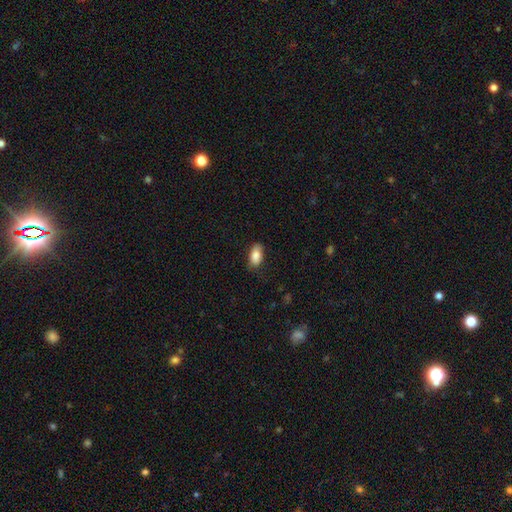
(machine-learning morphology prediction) This is clearly a smooth galaxy (86%). How rounded: clearly in between (92%). Merging: likely none (79%).